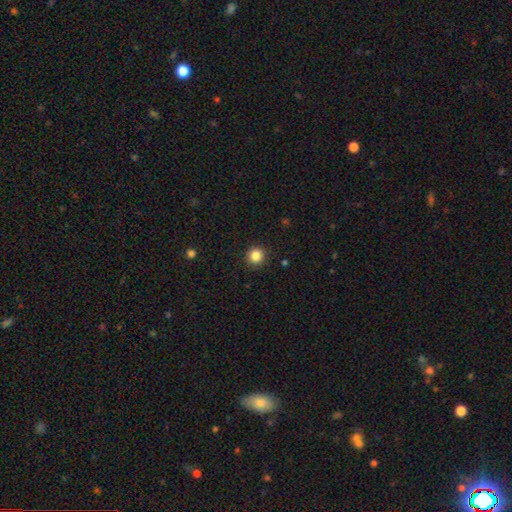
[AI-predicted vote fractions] Smooth or featured?
  - smooth: 85% *
  - star or artifact: 11%
  - featured or disk: 4%
How rounded?
  - round: 94% *
  - in between: 5%
  - cigar-shaped: 1%
Merging?
  - none: 92% *
  - minor disturbance: 5%
  - major disturbance: 2%
  - merger: 1%